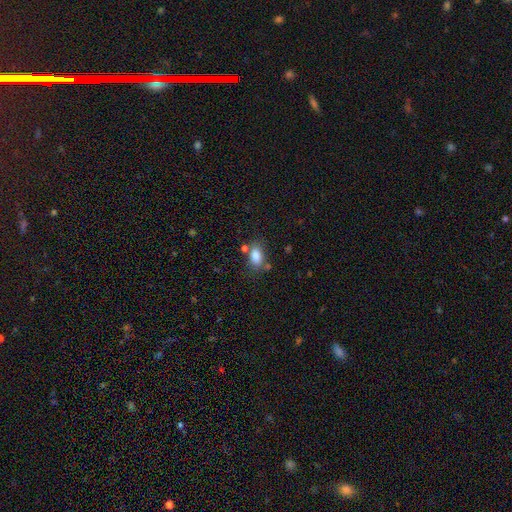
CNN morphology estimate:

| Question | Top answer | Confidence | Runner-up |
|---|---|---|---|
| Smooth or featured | smooth | 84% | star or artifact (9%) |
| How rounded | in between | 85% | round (12%) |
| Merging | none | 68% | minor disturbance (15%) |